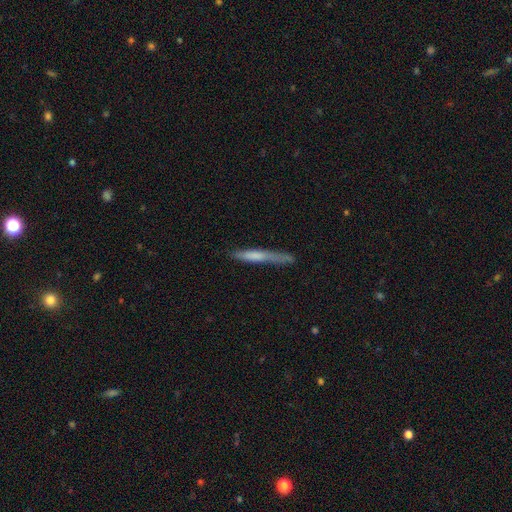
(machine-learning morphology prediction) smooth 61%, featured or disk 33%, star or artifact 7%. Down the decision tree: how rounded — cigar-shaped (95%); merging — none (65%).